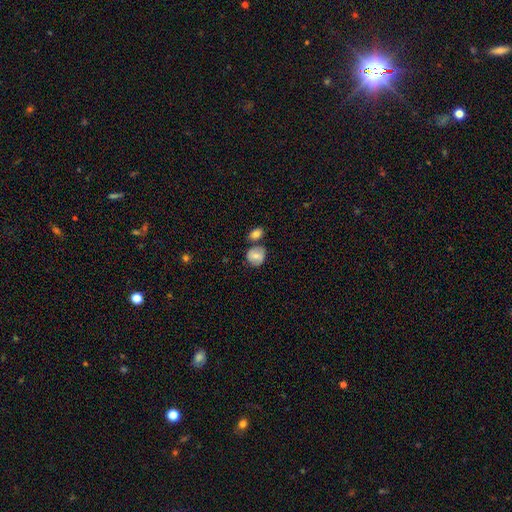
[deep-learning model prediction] Overall: smooth (68%). How rounded: round (76%). Merging: none (57%; merger 23%).